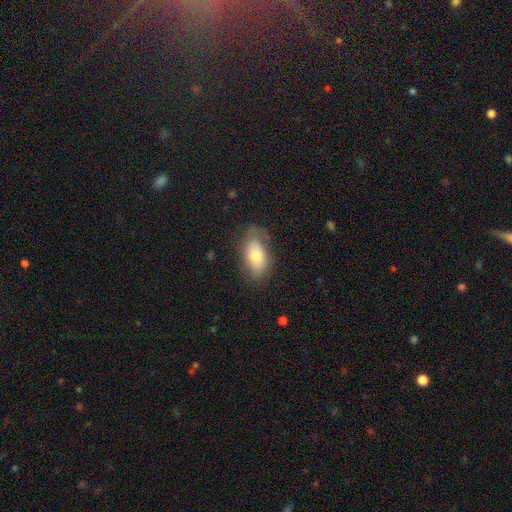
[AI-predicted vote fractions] This is likely a smooth galaxy (61%). How rounded: clearly in between (90%). Merging: likely none (67%).